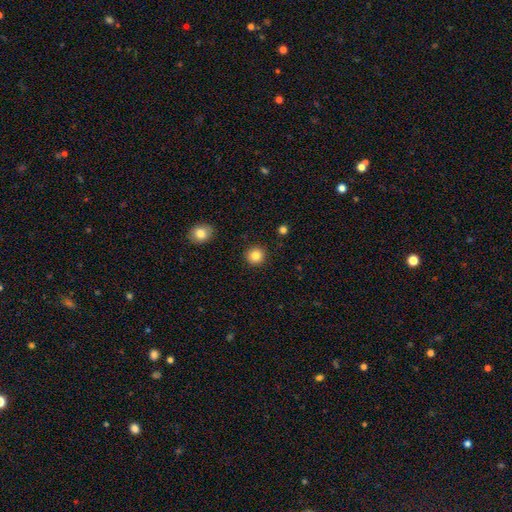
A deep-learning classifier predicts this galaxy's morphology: Smooth or featured?
  - smooth: 84% *
  - star or artifact: 10%
  - featured or disk: 6%
How rounded?
  - round: 93% *
  - in between: 6%
  - cigar-shaped: 1%
Merging?
  - none: 92% *
  - minor disturbance: 5%
  - major disturbance: 2%
  - merger: 1%